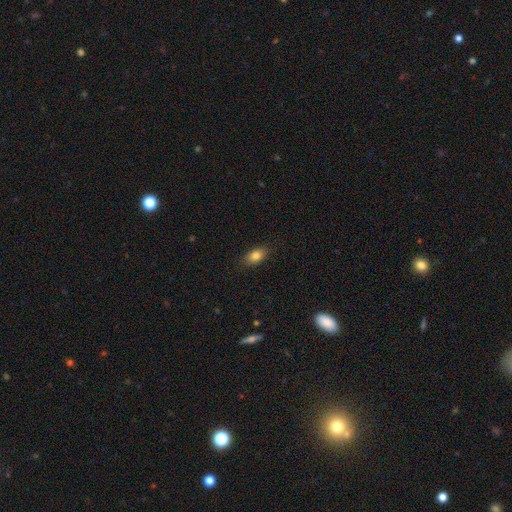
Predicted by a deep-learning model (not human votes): smooth_or_featured: smooth (p=0.83) [alt: star or artifact p=0.09]
how_rounded: in between (p=0.86) [alt: round p=0.10]
merging: none (p=0.86) [alt: minor disturbance p=0.11]